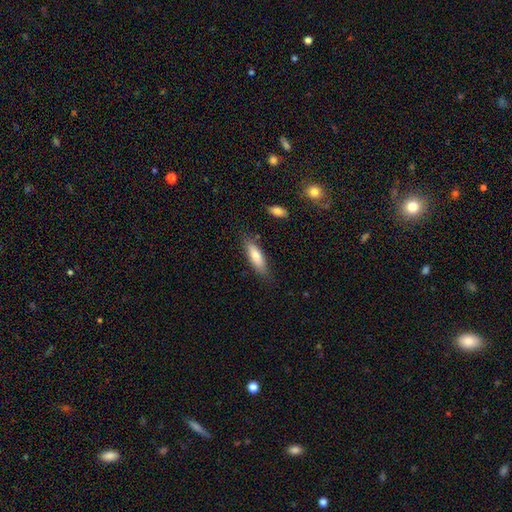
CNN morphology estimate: A smooth galaxy with no disk features (77%) that is cigar-shaped (51%). Merging: none (79%).